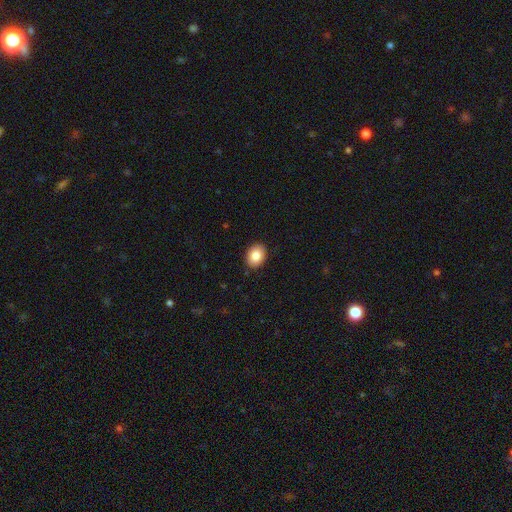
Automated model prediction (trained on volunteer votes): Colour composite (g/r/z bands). It shows a smooth galaxy with no disk features (86%) that is in between round and cigar-shaped (68%). Merging: none (90%).